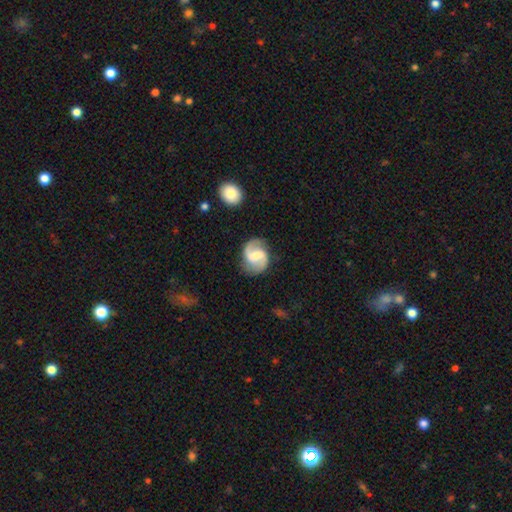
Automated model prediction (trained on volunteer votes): This appears to be a featured or disk galaxy (84%) with a weak bar (50%), 2 (92%) medium (47%) spiral arms (96%) and a moderate central bulge (41%). Merging: none (81%).